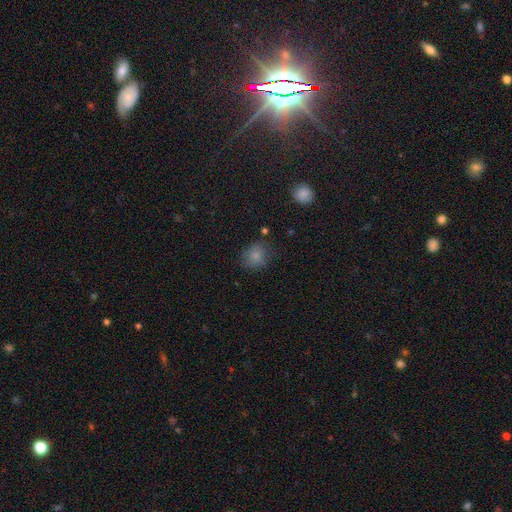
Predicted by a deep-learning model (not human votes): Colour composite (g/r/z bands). It shows a smooth galaxy with no disk features (80%) that is round (71%). Merging: none (69%).